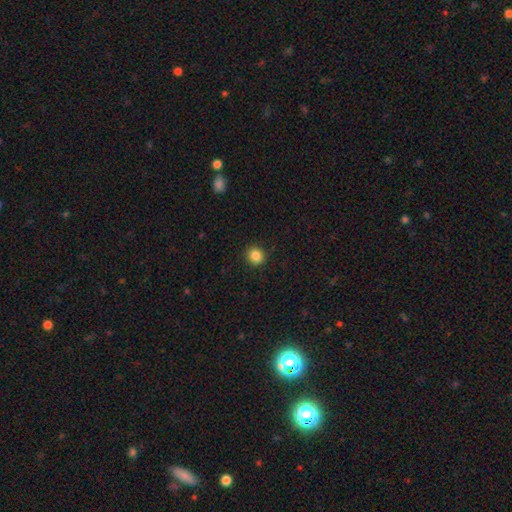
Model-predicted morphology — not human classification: Q: Smooth or featured?
A: smooth (86%); runner-up: star or artifact (10%)
Q: How rounded?
A: round (87%); runner-up: in between (12%)
Q: Merging?
A: none (91%); runner-up: minor disturbance (6%)